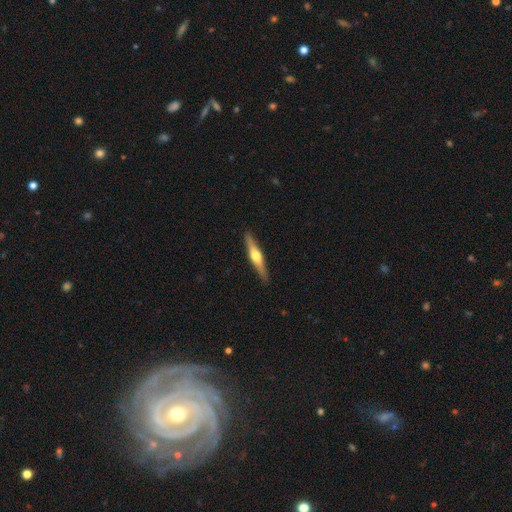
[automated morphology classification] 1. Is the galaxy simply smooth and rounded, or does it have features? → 66% featured or disk, 29% smooth, 5% star or artifact.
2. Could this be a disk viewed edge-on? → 97% yes, 3% no.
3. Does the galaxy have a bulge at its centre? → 93% rounded, 4% boxy, 3% none.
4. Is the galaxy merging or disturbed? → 91% none, 7% minor disturbance, 1% major disturbance, 1% merger.